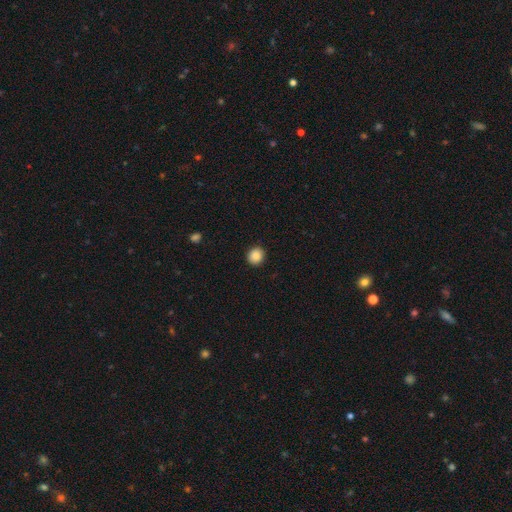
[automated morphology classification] smooth 88%, star or artifact 9%, featured or disk 3%. Down the decision tree: how rounded — round (87%); merging — none (91%).